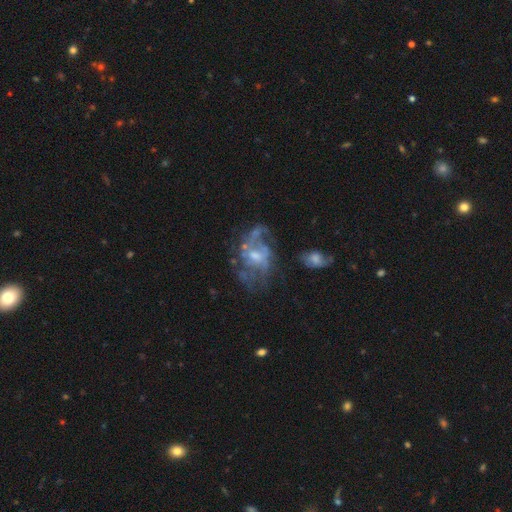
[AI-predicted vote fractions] Smooth or featured?
  - featured or disk: 77% *
  - smooth: 13%
  - star or artifact: 10%
Edge-on disk?
  - no: 97% *
  - yes: 3%
Bar?
  - no: 60% *
  - weak: 34%
  - strong: 6%
Spiral arms?
  - yes: 66% *
  - no: 34%
Bulge size?
  - moderate: 47% *
  - small: 39%
  - none: 9%
  - large: 4%
  - dominant: 1%
Merging?
  - none: 45% *
  - major disturbance: 28%
  - minor disturbance: 20%
  - merger: 8%